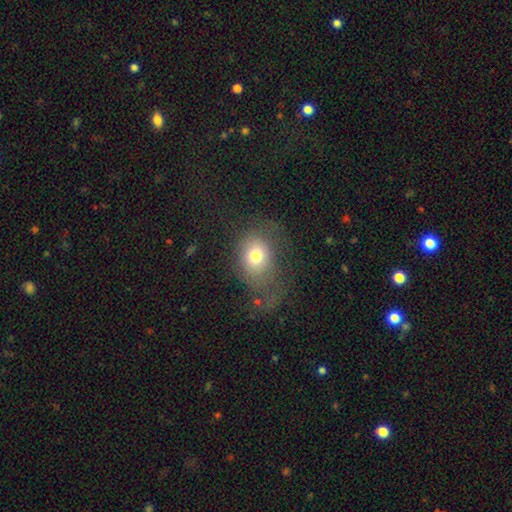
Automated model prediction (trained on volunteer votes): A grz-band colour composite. It shows a smooth galaxy with no disk features (71%) that is in between round and cigar-shaped (58%). Merging: none (42%).